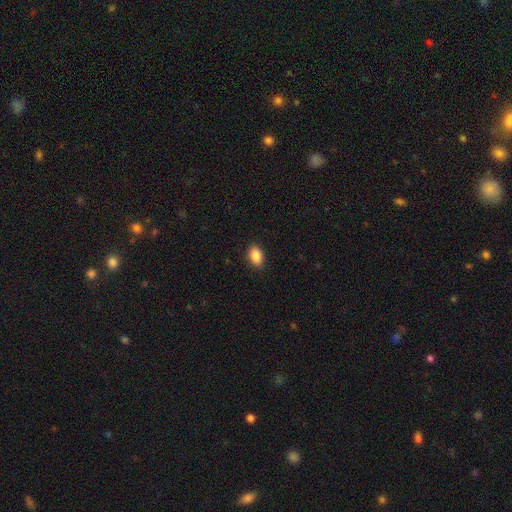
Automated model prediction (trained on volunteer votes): Overall: smooth (88%). How rounded: in between (90%). Merging: none (89%).